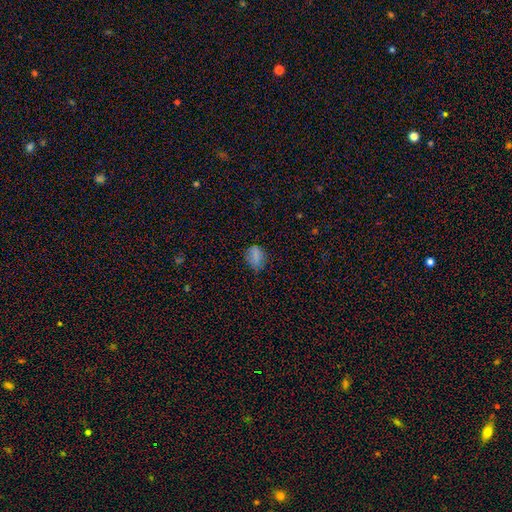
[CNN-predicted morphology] A smooth galaxy with no disk features (77%) that is in between round and cigar-shaped (67%). Merging: none (76%).